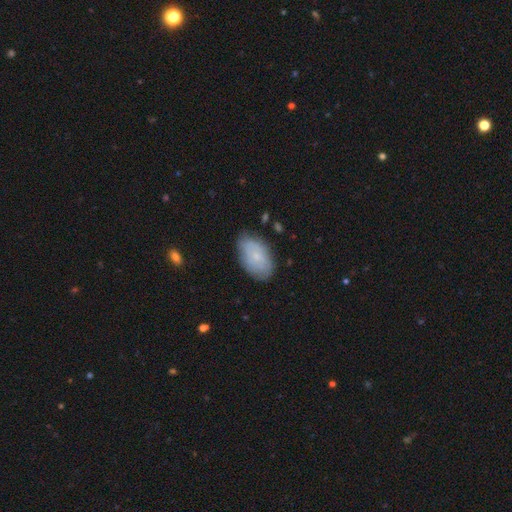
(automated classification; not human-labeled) Smooth or featured?
  - smooth: 60% *
  - featured or disk: 32%
  - star or artifact: 7%
How rounded?
  - in between: 93% *
  - round: 6%
  - cigar-shaped: 2%
Merging?
  - none: 76% *
  - minor disturbance: 18%
  - major disturbance: 4%
  - merger: 1%